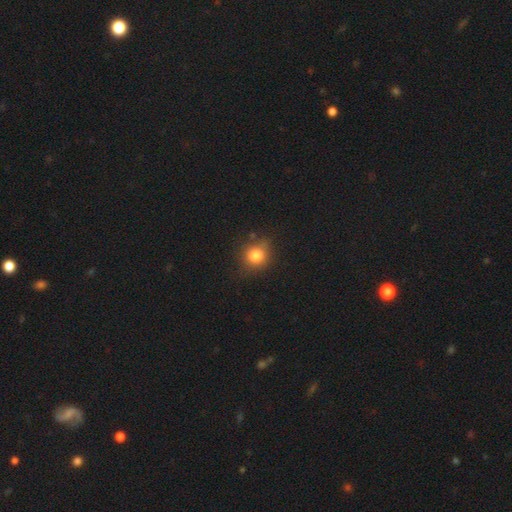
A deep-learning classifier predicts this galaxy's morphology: type=smooth (81%); roundness=round (81%); merging=none (77%).